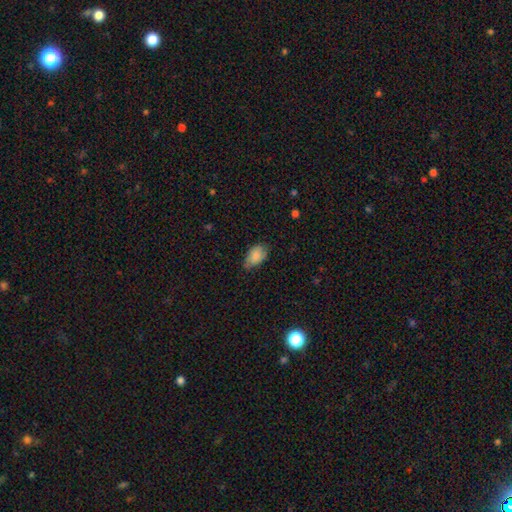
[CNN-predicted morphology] type=smooth (84%); roundness=in between (90%); merging=none (58%).